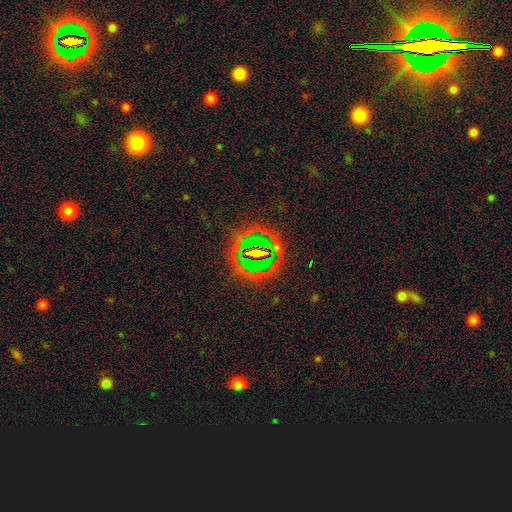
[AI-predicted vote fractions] smooth_or_featured: star or artifact (p=0.66) [alt: smooth p=0.18]